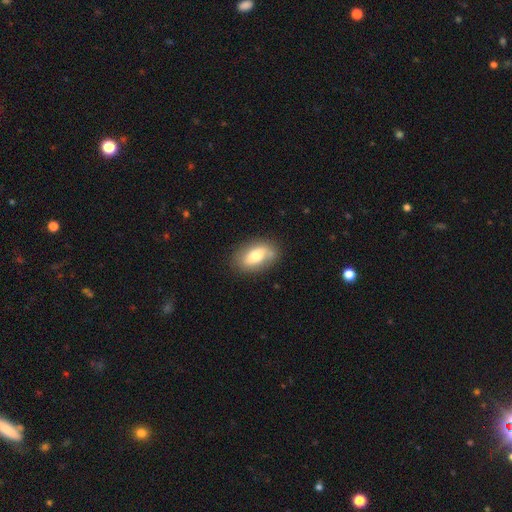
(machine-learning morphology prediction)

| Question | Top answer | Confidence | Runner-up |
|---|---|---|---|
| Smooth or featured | smooth | 65% | featured or disk (28%) |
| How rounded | in between | 89% | round (8%) |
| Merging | none | 75% | minor disturbance (18%) |